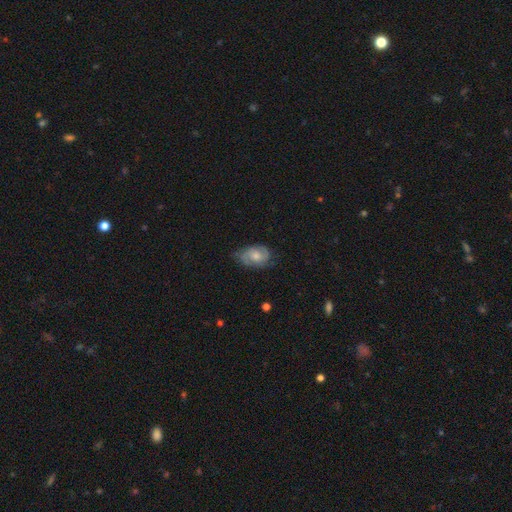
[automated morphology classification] Smooth or featured? featured or disk (66%)
Edge-on disk? no (96%)
Bar? no (69%)
Spiral arms? yes (90%)
Spiral winding? tight (44%)
Spiral arm count? 2 (71%)
Bulge size? moderate (57%)
Merging? none (64%)